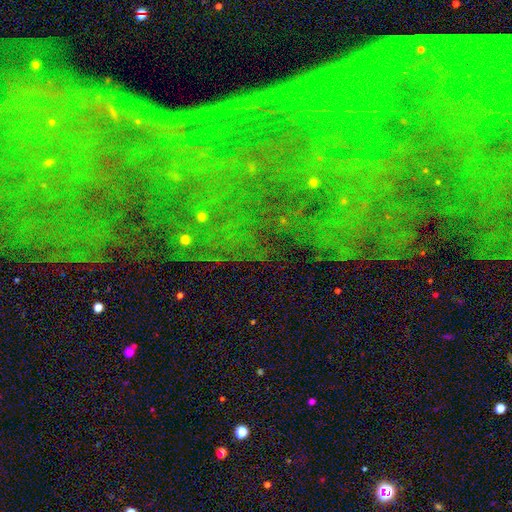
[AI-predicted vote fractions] smooth-or-featured: star or artifact: 76% | featured or disk: 14% | smooth: 11%